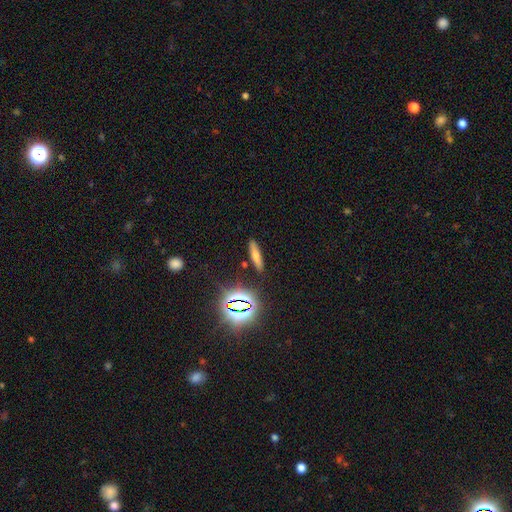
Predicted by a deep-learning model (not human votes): Overall: smooth (61%; star or artifact 22%). How rounded: cigar-shaped (76%). Merging: none (87%).